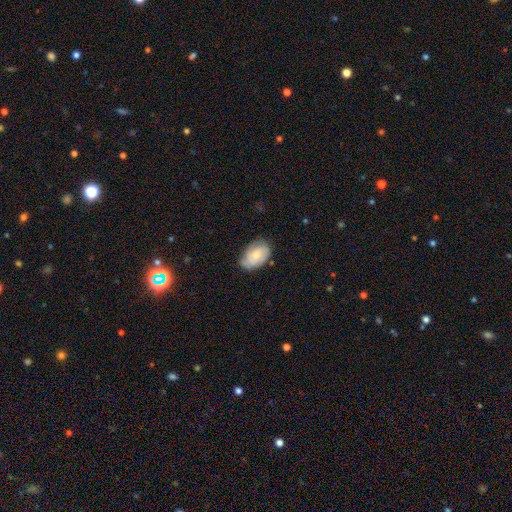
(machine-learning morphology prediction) Q: Smooth or featured?
A: smooth (70%); runner-up: featured or disk (24%)
Q: How rounded?
A: in between (90%); runner-up: round (9%)
Q: Merging?
A: none (68%); runner-up: minor disturbance (25%)